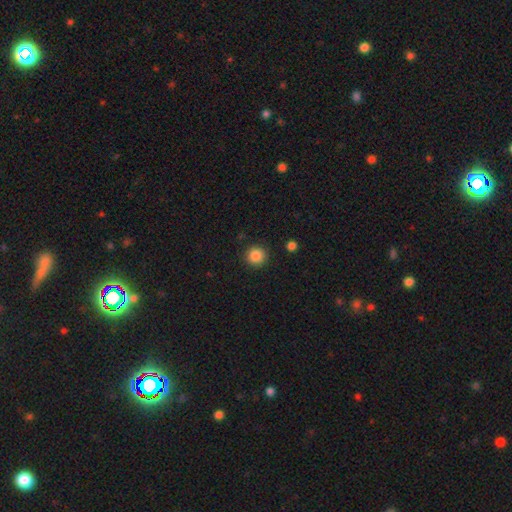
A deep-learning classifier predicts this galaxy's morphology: Smooth or featured? smooth (86%)
How rounded? round (94%)
Merging? none (91%)